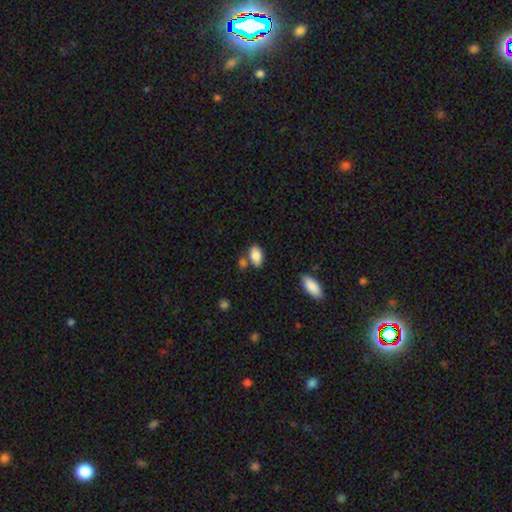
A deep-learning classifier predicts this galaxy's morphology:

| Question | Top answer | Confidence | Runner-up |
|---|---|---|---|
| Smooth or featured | smooth | 85% | featured or disk (7%) |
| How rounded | in between | 92% | round (6%) |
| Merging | none | 66% | minor disturbance (15%) |